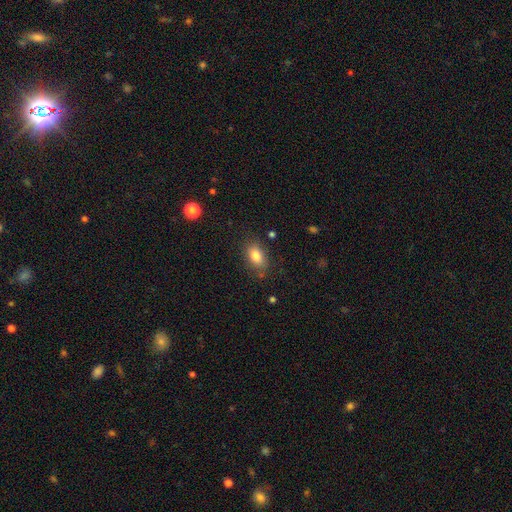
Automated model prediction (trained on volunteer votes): This is clearly a smooth galaxy (83%). How rounded: clearly in between (86%). Merging: likely none (80%).